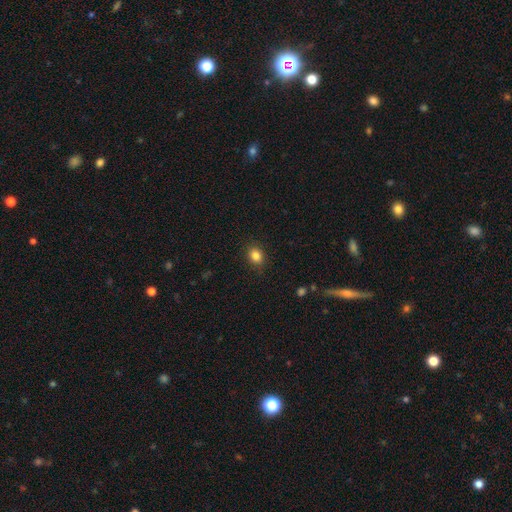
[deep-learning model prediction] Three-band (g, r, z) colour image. It shows a smooth galaxy with no disk features (84%) that is in between round and cigar-shaped (50%). Merging: none (86%).